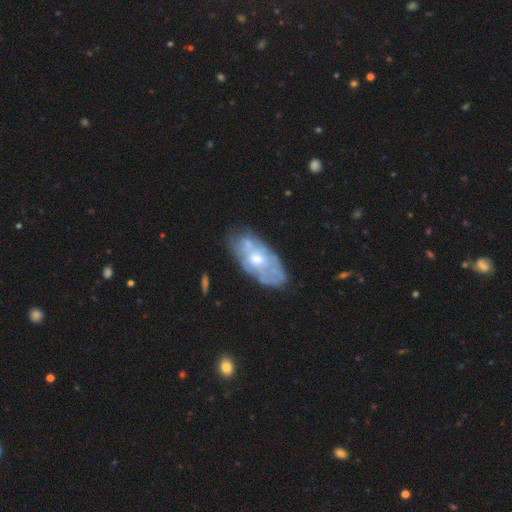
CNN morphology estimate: Overall: featured or disk (63%; smooth 29%). Edge-on disk: no (89%). Bar: no (79%). Spiral arms: no (53%; yes 47%). Bulge size: moderate (59%; small 34%). Merging: none (67%).